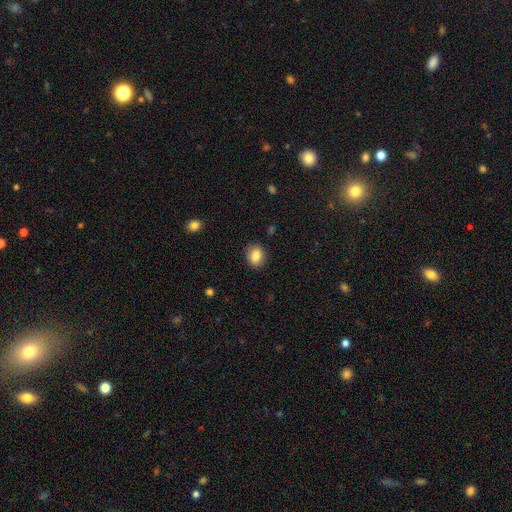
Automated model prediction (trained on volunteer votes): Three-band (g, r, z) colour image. It shows a smooth galaxy with no disk features (86%) that is round (52%). Merging: none (87%).